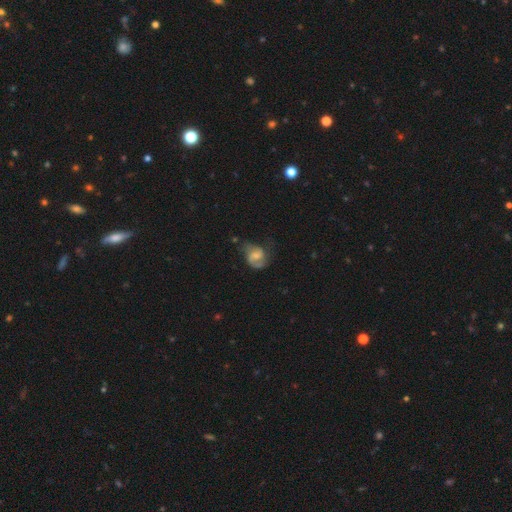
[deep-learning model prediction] A featured or disk galaxy (64%) with a weak bar (46%), 2 (67%) medium (47%) spiral arms (88%) and a small central bulge (39%). Merging: none (47%).